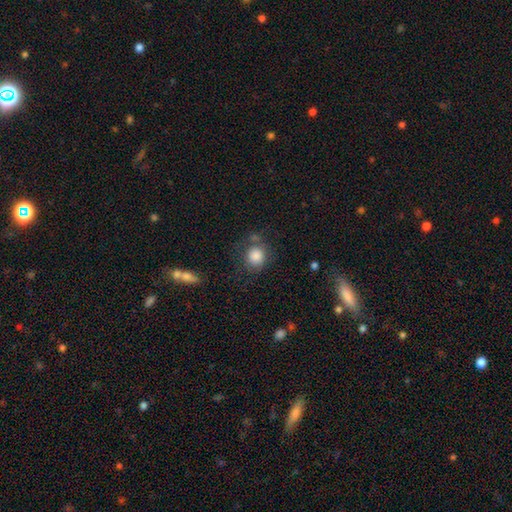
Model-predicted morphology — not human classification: type=smooth (85%); roundness=round (84%); merging=none (69%).